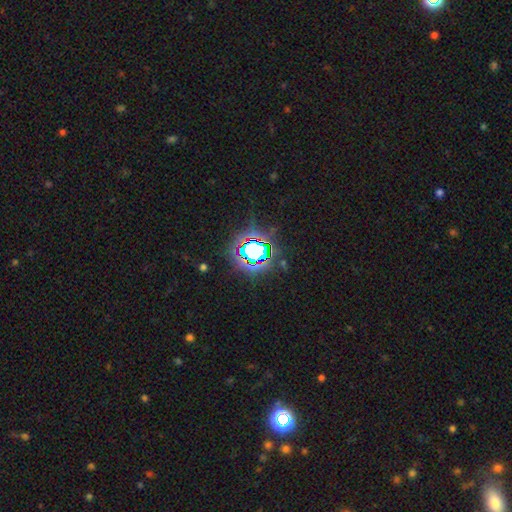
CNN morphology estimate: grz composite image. It shows a star or artifact, not a galaxy (69%).